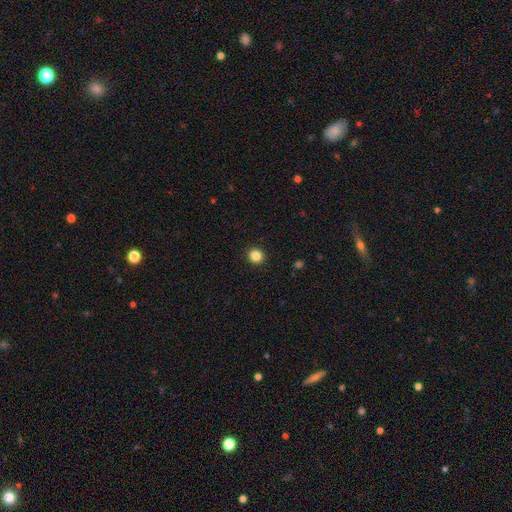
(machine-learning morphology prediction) A smooth galaxy with no disk features (85%) that is round (90%).

Vote fractions:
- Smooth or featured? smooth: 85% / star or artifact: 12% / featured or disk: 4%
- How rounded? round: 90% / in between: 9% / cigar-shaped: 1%
- Merging? none: 93% / minor disturbance: 5% / major disturbance: 2% / merger: 1%